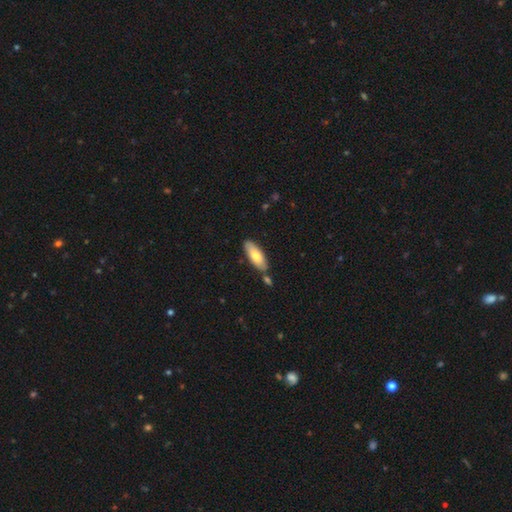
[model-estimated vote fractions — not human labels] This appears to be a smooth galaxy with no disk features (75%) that is in between round and cigar-shaped (72%). Merging: none (73%).